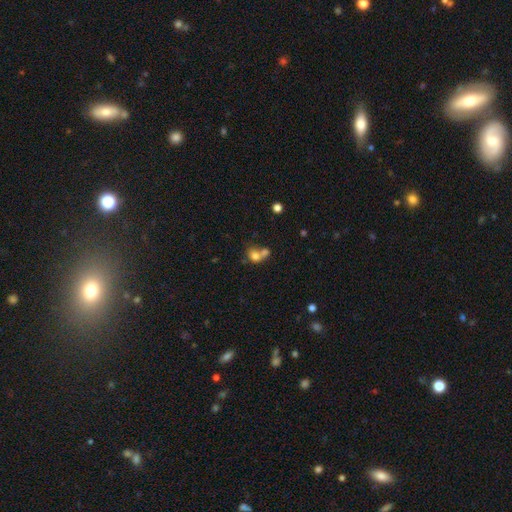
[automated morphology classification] type=smooth (74%); roundness=round (58%); merging=merger (60%).